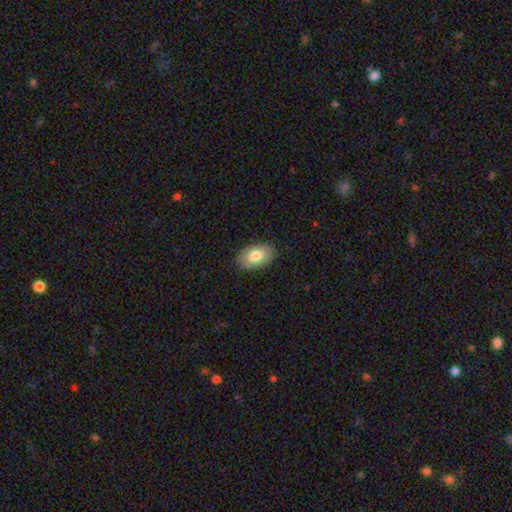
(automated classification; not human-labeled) The model was most divided on "smooth or featured": smooth: 80%, featured or disk: 13%, star or artifact: 6%. More confident: how rounded — in between (93%); merging — none (87%).